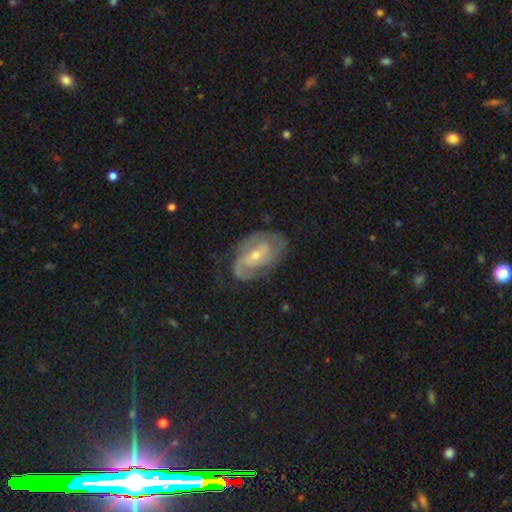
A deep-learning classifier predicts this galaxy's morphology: A featured or disk galaxy (83%) with a weak bar (42%), 2 (61%) tight (43%) spiral arms (93%) and a small central bulge (58%).

Vote fractions:
- Smooth or featured? featured or disk: 83% / smooth: 11% / star or artifact: 5%
- Edge-on disk? no: 96% / yes: 4%
- Bar? weak: 42% / no: 38% / strong: 19%
- Spiral arms? yes: 93% / no: 7%
- Spiral winding? tight: 43% / medium: 42% / loose: 15%
- Spiral arm count? 2: 61% / can't tell: 16% / 3: 12% / 1: 6% / 4: 3% / more than 4: 2%
- Bulge size? small: 58% / moderate: 38% / large: 1% / none: 1% / dominant: 1%
- Merging? none: 67% / minor disturbance: 21% / major disturbance: 11% / merger: 1%